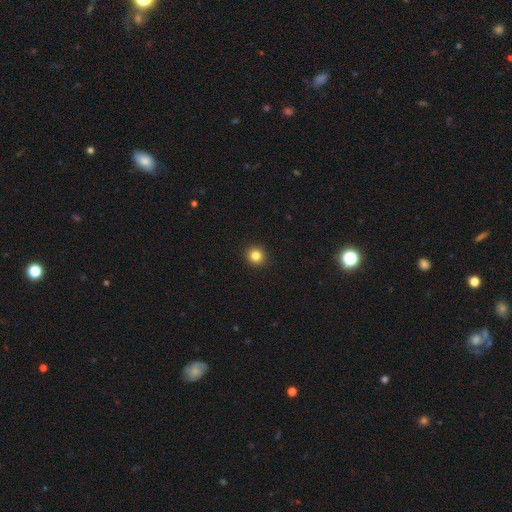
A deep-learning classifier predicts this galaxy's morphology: The model was most divided on "smooth or featured": smooth: 84%, star or artifact: 12%, featured or disk: 5%. More confident: merging — none (93%); how rounded — round (92%).